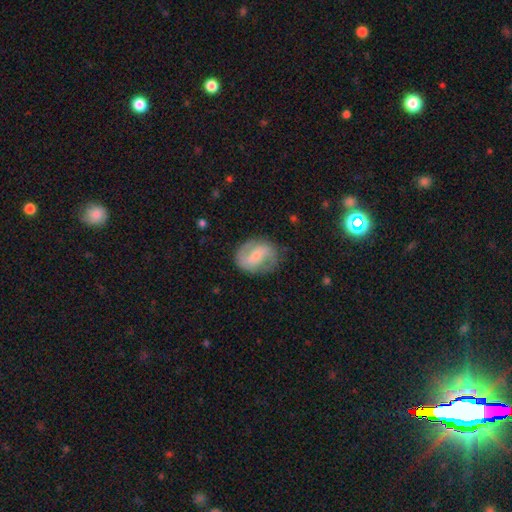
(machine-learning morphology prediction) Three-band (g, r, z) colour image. It shows a featured or disk galaxy (72%) with a weak bar (47%), 2 (87%) medium (46%) spiral arms (90%) and a small central bulge (55%). Merging: none (77%).